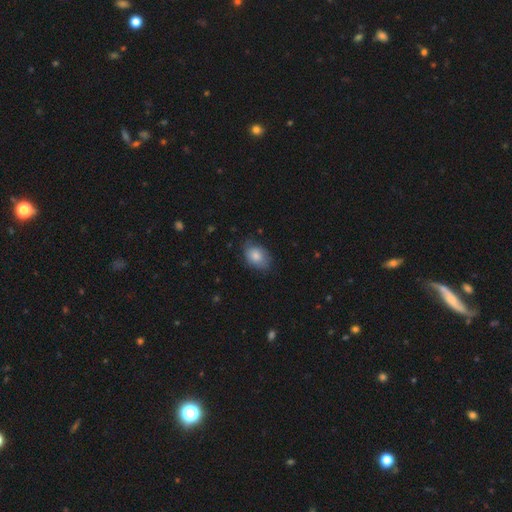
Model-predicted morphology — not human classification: Smooth or featured? Predicted: smooth (p=0.81). How rounded? Predicted: in between (p=0.76). Merging? Predicted: none (p=0.70).